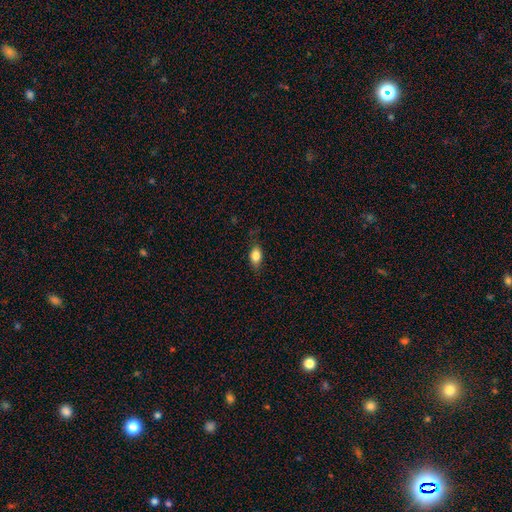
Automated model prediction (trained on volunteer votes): Morphology: type=smooth (83%); roundness=in between (84%); merging=none (77%).